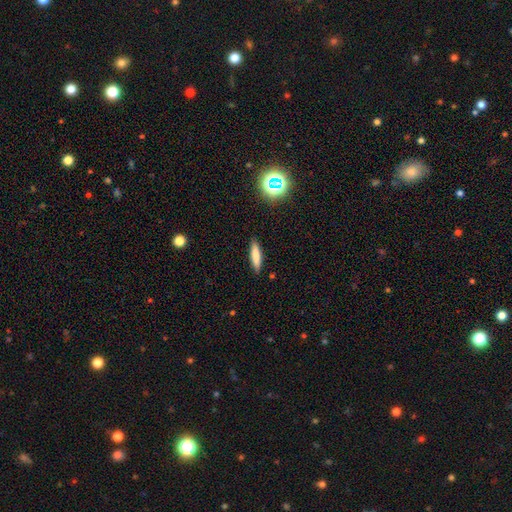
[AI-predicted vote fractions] smooth-or-featured: smooth: 77% | featured or disk: 14% | star or artifact: 9%
  how-rounded: cigar-shaped: 81% | in between: 17% | round: 2%
  merging: none: 89% | minor disturbance: 8% | major disturbance: 2% | merger: 1%